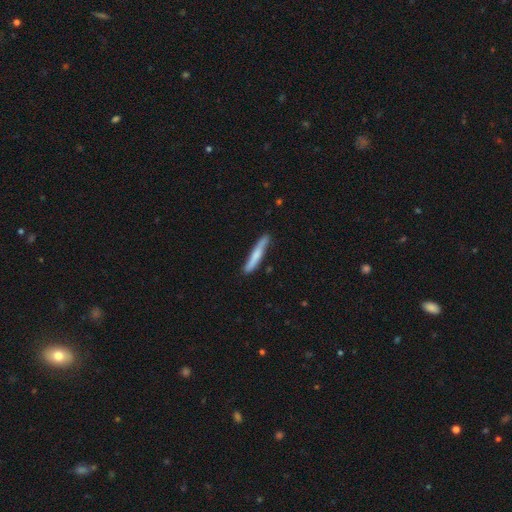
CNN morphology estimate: Overall: smooth (65%; featured or disk 30%). How rounded: cigar-shaped (95%). Merging: none (82%).